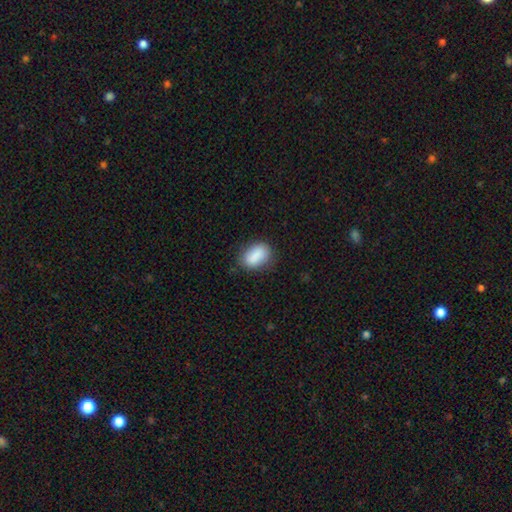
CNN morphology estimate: The model was most divided on "merging": none: 78%, minor disturbance: 16%, major disturbance: 4%, merger: 2%. More confident: smooth or featured — smooth (86%); how rounded — in between (86%).